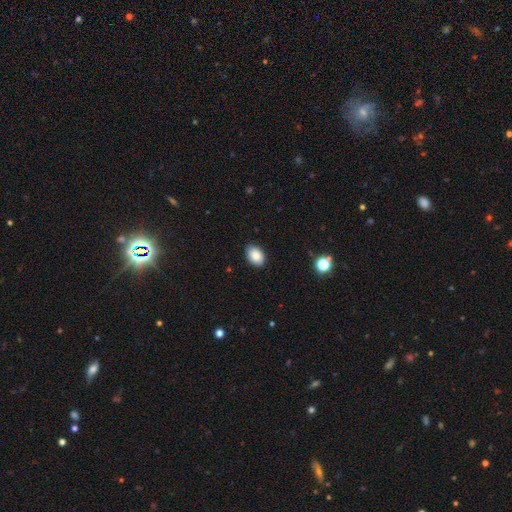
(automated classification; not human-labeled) Smooth or featured: smooth — 86% (star or artifact — 8%)
How rounded: in between — 83% (round — 16%)
Merging: none — 88% (minor disturbance — 9%)